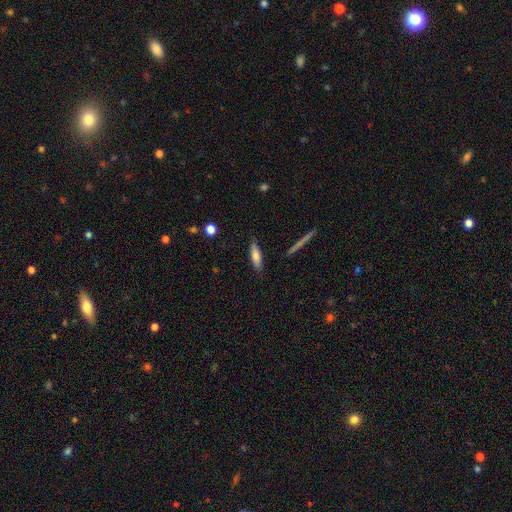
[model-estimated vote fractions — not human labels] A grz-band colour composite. It shows a smooth galaxy with no disk features (75%) that is cigar-shaped (59%). Merging: none (83%).